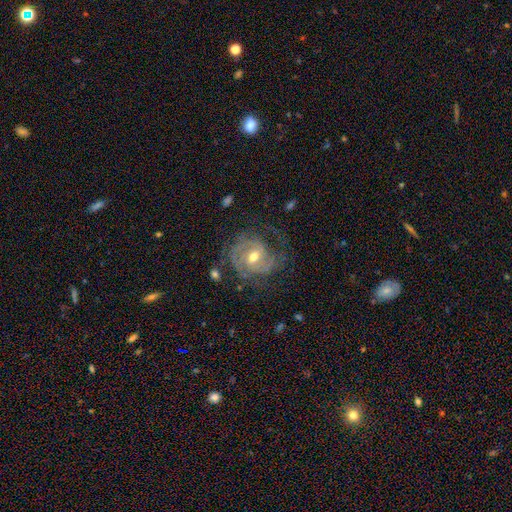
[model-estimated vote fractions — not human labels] Q: Smooth or featured?
A: featured or disk (85%); runner-up: smooth (8%)
Q: Edge-on disk?
A: no (97%); runner-up: yes (3%)
Q: Bar?
A: no (46%); runner-up: weak (40%)
Q: Spiral arms?
A: yes (94%); runner-up: no (6%)
Q: Spiral winding?
A: tight (53%); runner-up: medium (36%)
Q: Spiral arm count?
A: 2 (47%); runner-up: can't tell (20%)
Q: Bulge size?
A: moderate (66%); runner-up: small (30%)
Q: Merging?
A: none (67%); runner-up: minor disturbance (19%)